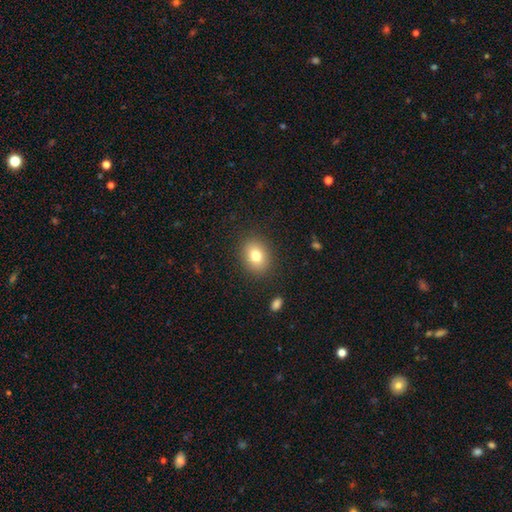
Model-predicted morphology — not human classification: smooth-or-featured: smooth: 79% | featured or disk: 11% | star or artifact: 10%
  how-rounded: in between: 50% | round: 49% | cigar-shaped: 1%
  merging: none: 88% | minor disturbance: 8% | major disturbance: 3% | merger: 1%